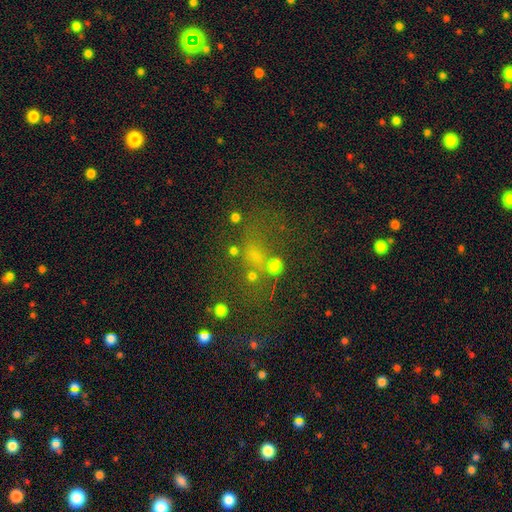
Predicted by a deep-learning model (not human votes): smooth_or_featured: star or artifact (p=0.38) [alt: smooth p=0.36]